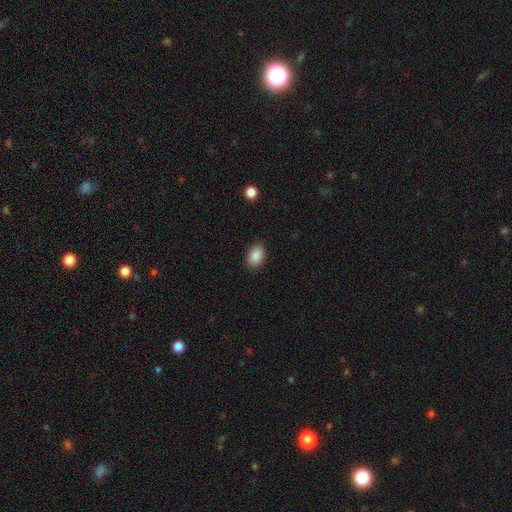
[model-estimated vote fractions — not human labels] Overall: smooth (89%). How rounded: in between (85%). Merging: none (88%).